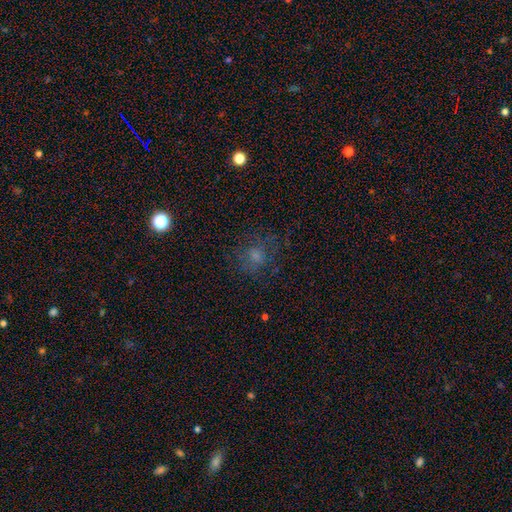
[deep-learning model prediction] This appears to be a smooth galaxy with no disk features (53%) that is round (77%). Merging: none (71%).